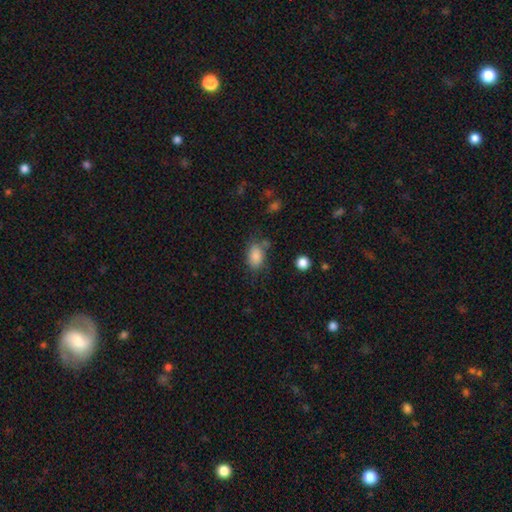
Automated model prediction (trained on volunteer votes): Smooth or featured? Predicted: smooth (p=0.85). How rounded? Predicted: in between (p=0.85). Merging? Predicted: none (p=0.69).